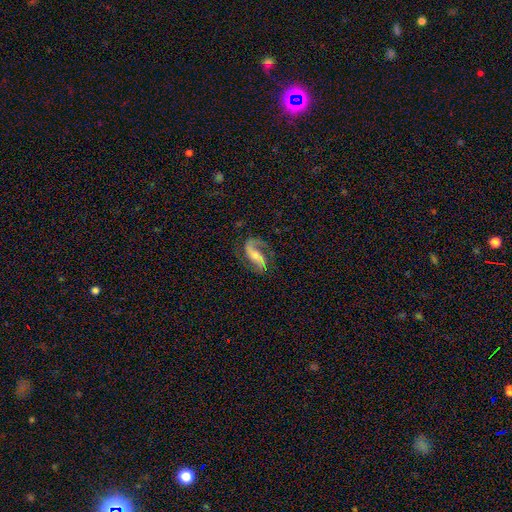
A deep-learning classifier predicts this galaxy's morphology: A featured or disk galaxy (85%) with a weak bar (37%), 2 (85%) loose (51%) spiral arms (96%) and a small central bulge (44%).

Vote fractions:
- Smooth or featured? featured or disk: 85% / smooth: 9% / star or artifact: 6%
- Edge-on disk? no: 96% / yes: 4%
- Bar? weak: 37% / no: 36% / strong: 27%
- Spiral arms? yes: 96% / no: 4%
- Spiral winding? loose: 51% / medium: 38% / tight: 10%
- Spiral arm count? 2: 85% / 1: 10% / can't tell: 2% / 3: 1% / 4: 1% / more than 4: 1%
- Bulge size? small: 44% / moderate: 40% / none: 9% / large: 6% / dominant: 2%
- Merging? none: 66% / minor disturbance: 17% / major disturbance: 15% / merger: 2%